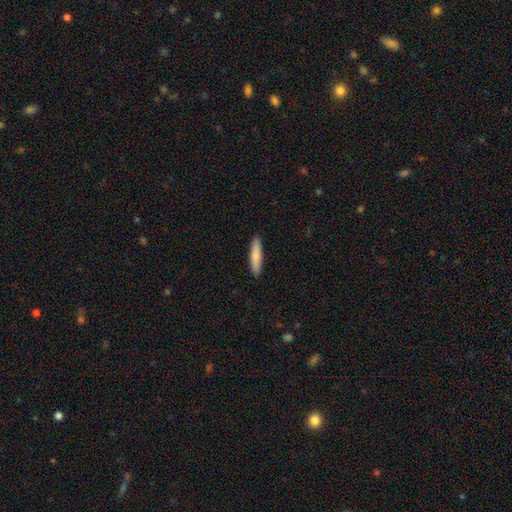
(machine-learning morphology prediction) Smooth or featured?
  - smooth: 78% *
  - featured or disk: 17%
  - star or artifact: 5%
How rounded?
  - cigar-shaped: 83% *
  - in between: 16%
  - round: 2%
Merging?
  - none: 91% *
  - minor disturbance: 7%
  - major disturbance: 1%
  - merger: 1%